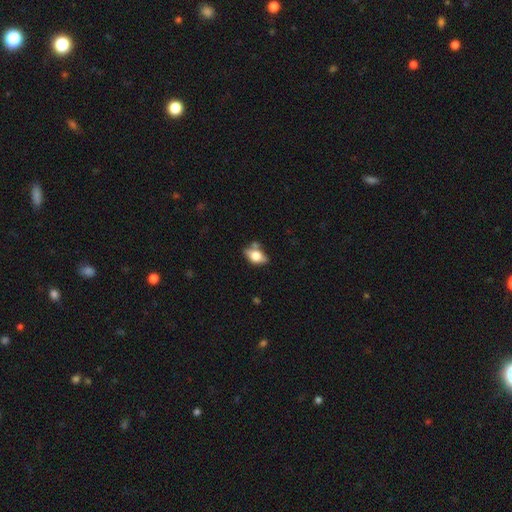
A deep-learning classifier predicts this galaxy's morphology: Overall: smooth (63%; featured or disk 28%). How rounded: in between (83%). Merging: none (58%; minor disturbance 22%).